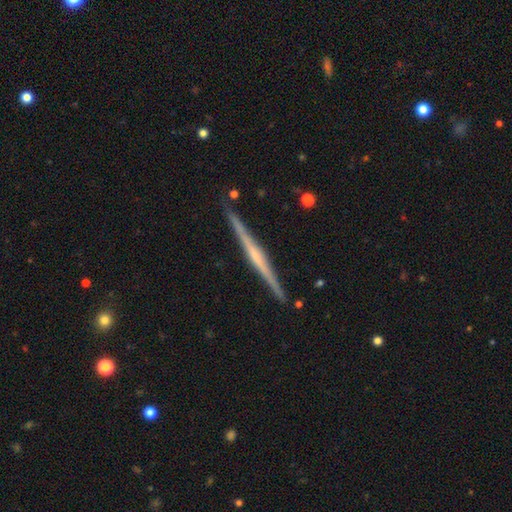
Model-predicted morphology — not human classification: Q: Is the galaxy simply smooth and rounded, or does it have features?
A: featured or disk — 79%.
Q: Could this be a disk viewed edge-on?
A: yes — 99%.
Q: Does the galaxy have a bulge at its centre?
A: rounded — 47%.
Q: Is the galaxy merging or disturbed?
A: none — 91%.